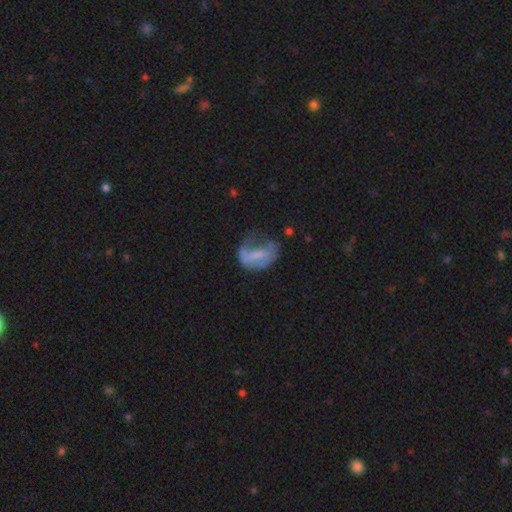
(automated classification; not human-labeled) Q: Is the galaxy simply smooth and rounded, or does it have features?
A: featured or disk — 49%.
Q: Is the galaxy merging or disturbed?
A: major disturbance — 45%.